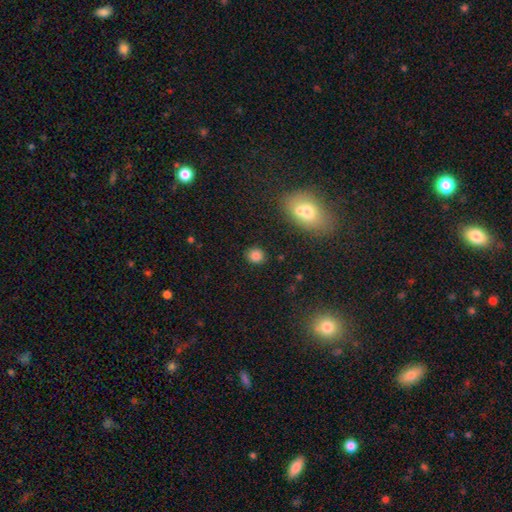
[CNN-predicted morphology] Smooth or featured: smooth — 83% (star or artifact — 11%)
How rounded: round — 81% (in between — 18%)
Merging: none — 88% (minor disturbance — 8%)